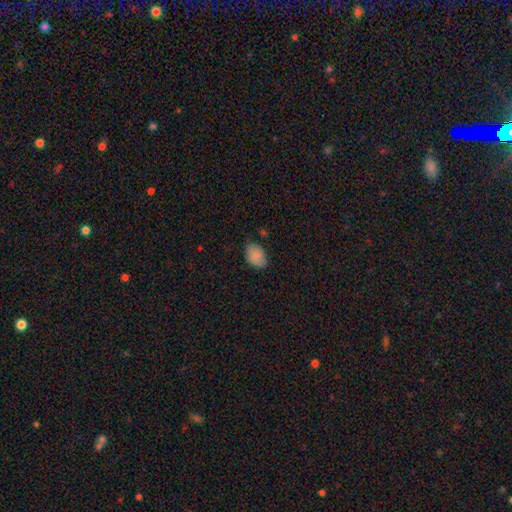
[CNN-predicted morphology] This appears to be a smooth galaxy with no disk features (83%) that is in between round and cigar-shaped (85%). Merging: none (70%).